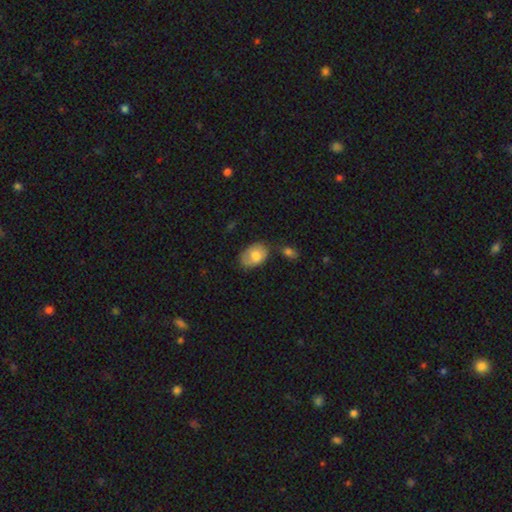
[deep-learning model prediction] The model was most divided on "merging": none: 60%, minor disturbance: 26%, merger: 8%, major disturbance: 6%. More confident: how rounded — in between (85%); smooth or featured — smooth (76%).